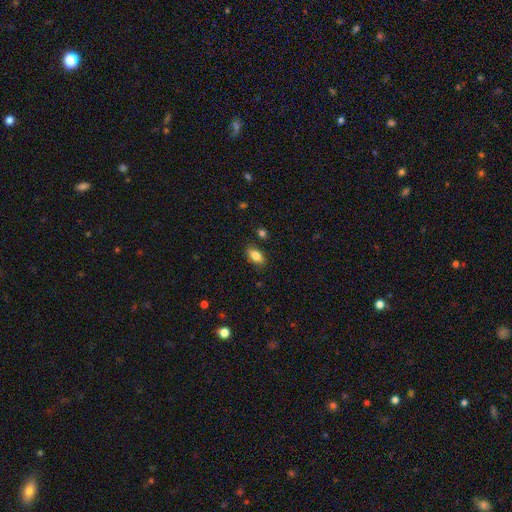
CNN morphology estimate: A smooth galaxy with no disk features (84%) that is in between round and cigar-shaped (89%).

Vote fractions:
- Smooth or featured? smooth: 84% / featured or disk: 8% / star or artifact: 8%
- How rounded? in between: 89% / cigar-shaped: 7% / round: 4%
- Merging? none: 84% / minor disturbance: 11% / major disturbance: 3% / merger: 2%